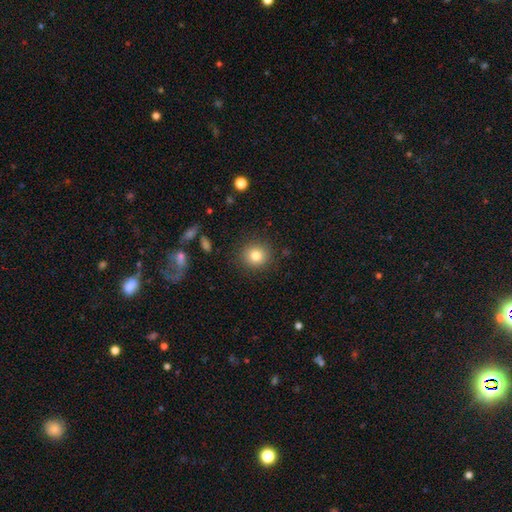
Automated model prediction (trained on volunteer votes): Smooth or featured: smooth — 81% (star or artifact — 10%)
How rounded: round — 88% (in between — 11%)
Merging: none — 89% (minor disturbance — 7%)